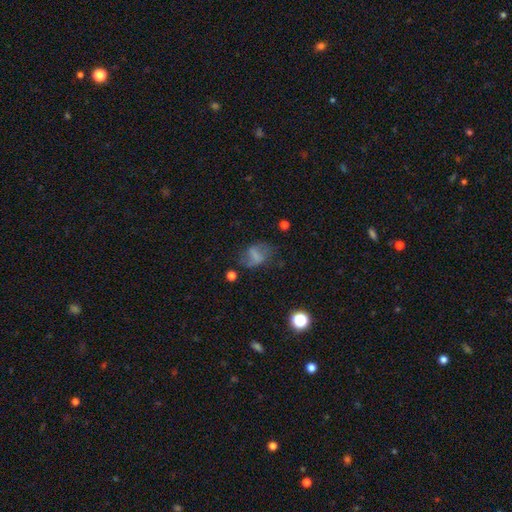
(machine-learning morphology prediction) This appears to be a smooth galaxy with no disk features (48%). Merging: none (53%).